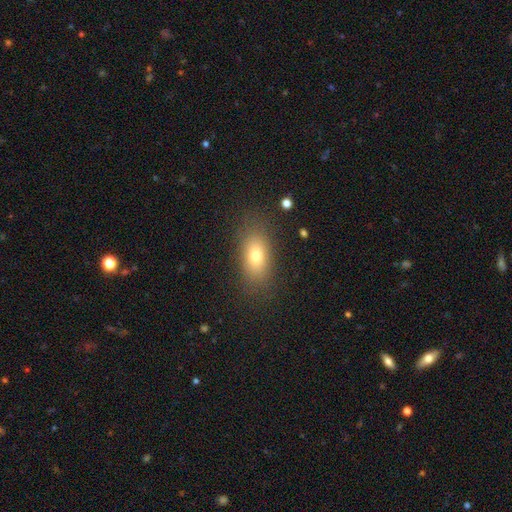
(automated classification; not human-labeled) This appears to be a smooth galaxy with no disk features (76%) that is in between round and cigar-shaped (83%). Merging: none (83%).